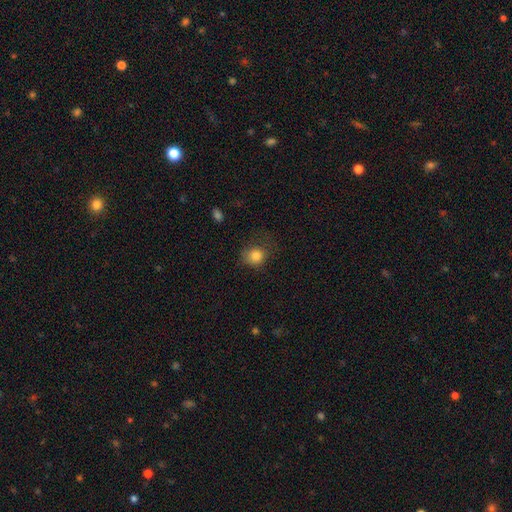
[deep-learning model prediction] The model was most divided on "merging": none: 60%, minor disturbance: 25%, major disturbance: 13%, merger: 2%. More confident: smooth or featured — smooth (82%); how rounded — round (77%).